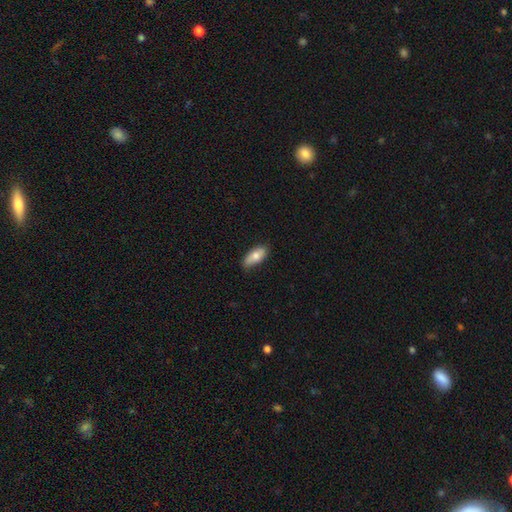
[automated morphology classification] This appears to be a smooth galaxy with no disk features (75%) that is in between round and cigar-shaped (84%). Merging: none (74%).